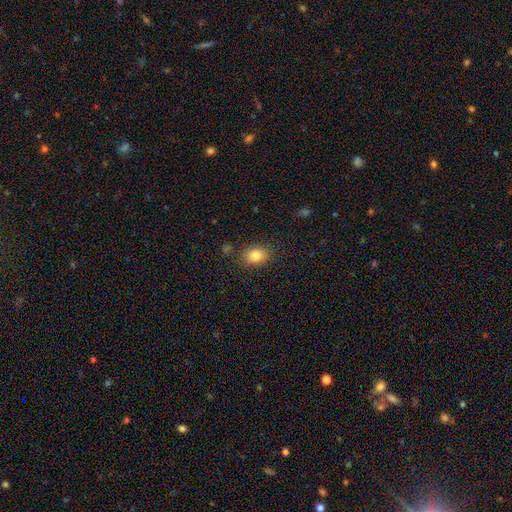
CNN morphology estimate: smooth 83%, star or artifact 10%, featured or disk 7%. Down the decision tree: how rounded — in between (64%); merging — none (84%).